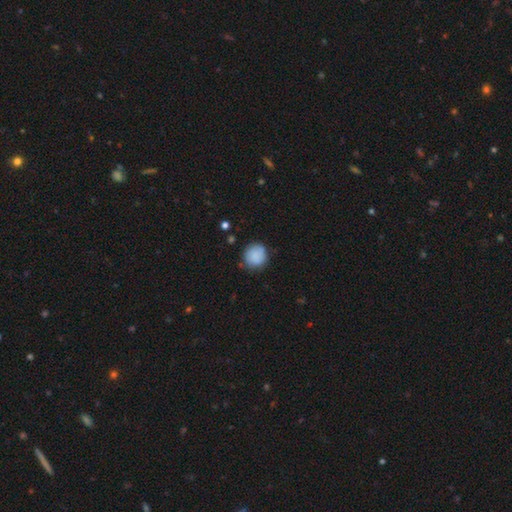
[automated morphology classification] type=smooth (87%); roundness=round (90%); merging=none (79%).